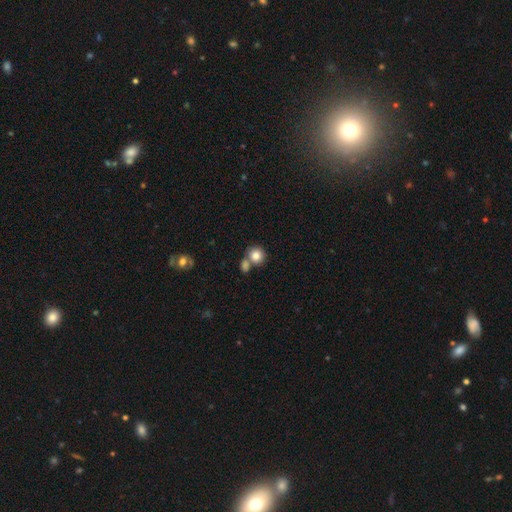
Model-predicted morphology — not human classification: Smooth or featured?
  - smooth: 83% *
  - star or artifact: 9%
  - featured or disk: 8%
How rounded?
  - round: 88% *
  - in between: 11%
  - cigar-shaped: 1%
Merging?
  - none: 55% *
  - merger: 33%
  - minor disturbance: 9%
  - major disturbance: 3%